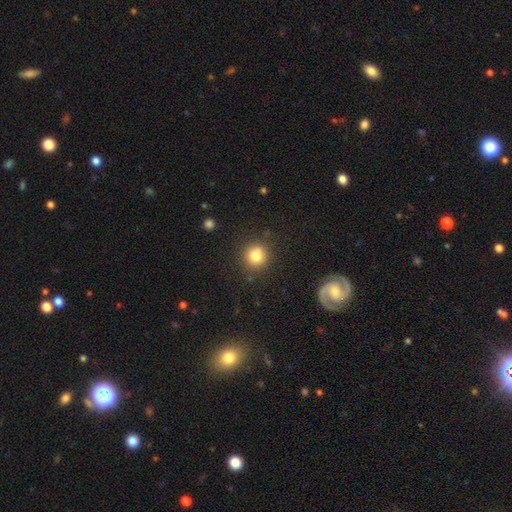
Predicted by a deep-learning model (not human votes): Morphology: type=smooth (82%); roundness=round (91%); merging=none (88%).